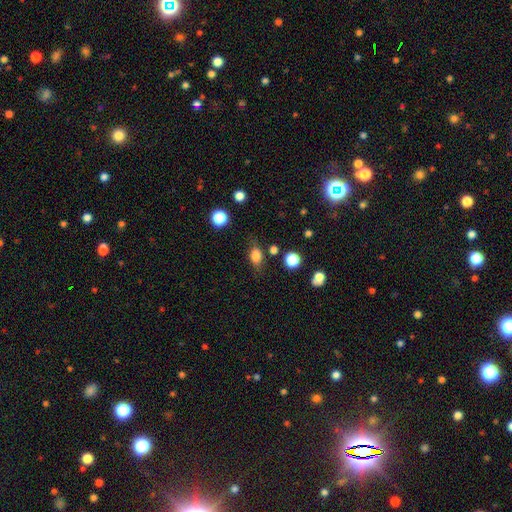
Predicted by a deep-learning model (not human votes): smooth-or-featured: smooth: 81% | star or artifact: 11% | featured or disk: 8%
  how-rounded: in between: 73% | round: 24% | cigar-shaped: 3%
  merging: none: 73% | minor disturbance: 18% | major disturbance: 6% | merger: 3%